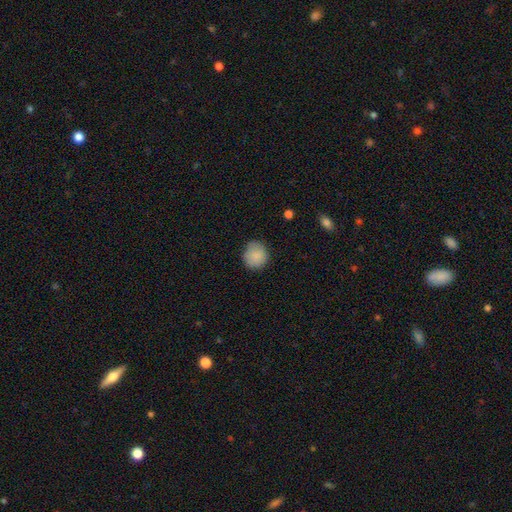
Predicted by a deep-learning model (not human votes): This is clearly a smooth galaxy (87%). How rounded: clearly round (88%). Merging: likely none (79%).